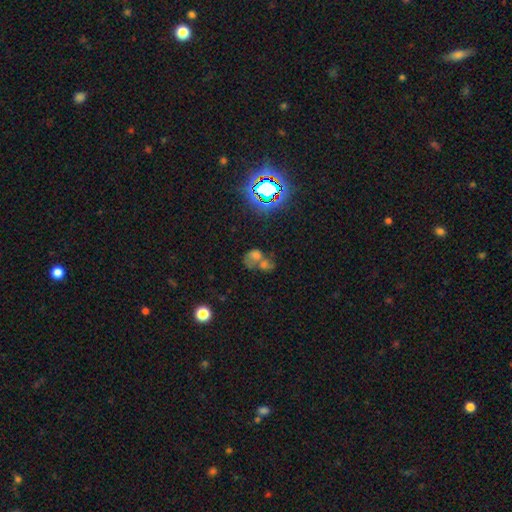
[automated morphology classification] Smooth or featured? Predicted: smooth (p=0.50). Merging? Predicted: merger (p=0.65).